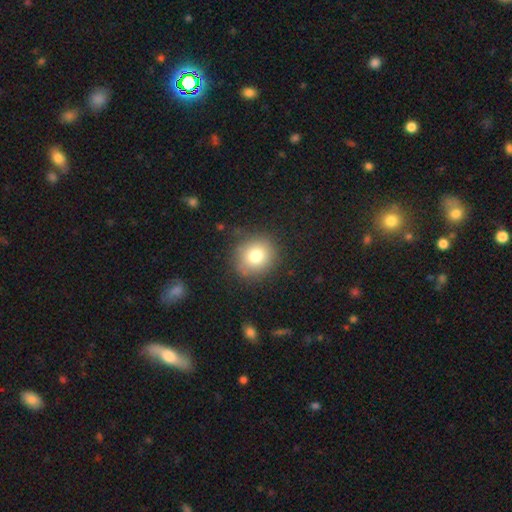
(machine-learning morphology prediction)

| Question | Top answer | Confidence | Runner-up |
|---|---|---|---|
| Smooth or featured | smooth | 78% | featured or disk (11%) |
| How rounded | round | 82% | in between (17%) |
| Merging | none | 83% | minor disturbance (12%) |